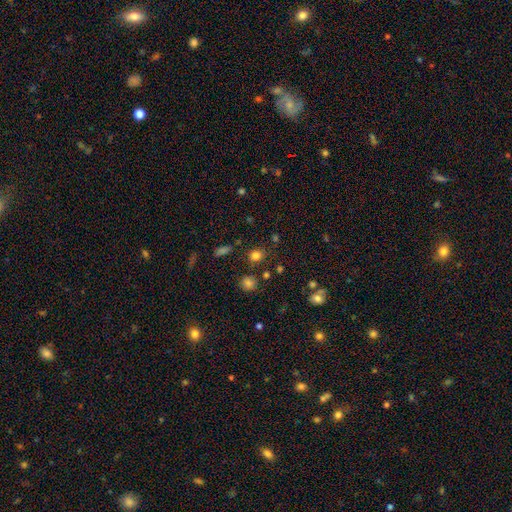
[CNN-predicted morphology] type=smooth (79%); roundness=round (69%); merging=none (81%).